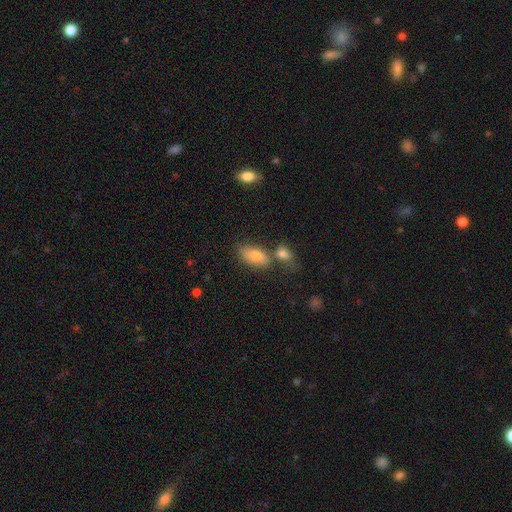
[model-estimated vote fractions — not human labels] Morphology: type=smooth (73%); roundness=in between (88%); merging=none (55%).